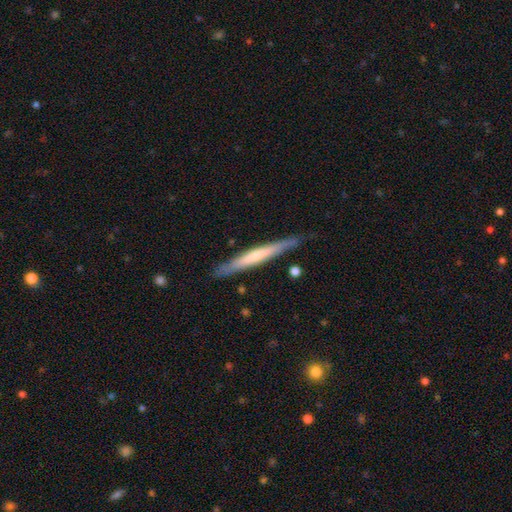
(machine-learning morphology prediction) smooth-or-featured: featured or disk: 51% | smooth: 44% | star or artifact: 5%
  disk-edge-on: yes: 95% | no: 5%
  merging: none: 85% | minor disturbance: 11% | major disturbance: 2% | merger: 2%